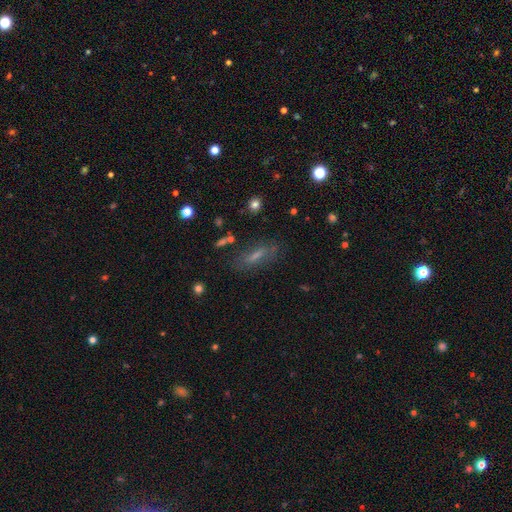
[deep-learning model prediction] Q: Smooth or featured?
A: smooth (48%); runner-up: featured or disk (36%)
Q: Merging?
A: none (73%); runner-up: minor disturbance (16%)